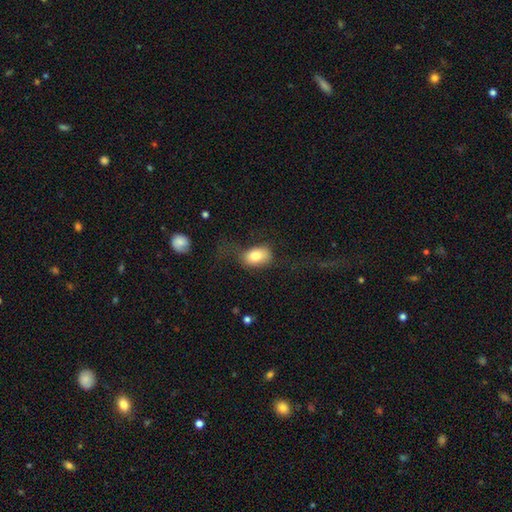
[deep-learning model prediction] Overall: smooth (79%). How rounded: in between (84%). Merging: none (51%; major disturbance 24%).